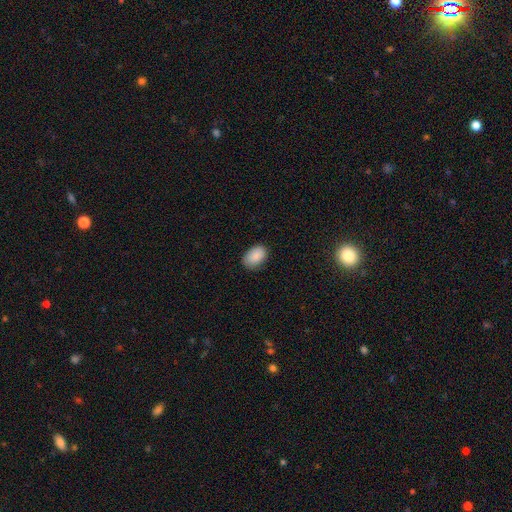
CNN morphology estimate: A smooth galaxy with no disk features (88%) that is in between round and cigar-shaped (90%).

Vote fractions:
- Smooth or featured? smooth: 88% / star or artifact: 7% / featured or disk: 5%
- How rounded? in between: 90% / round: 9% / cigar-shaped: 1%
- Merging? none: 83% / minor disturbance: 14% / major disturbance: 3% / merger: 1%